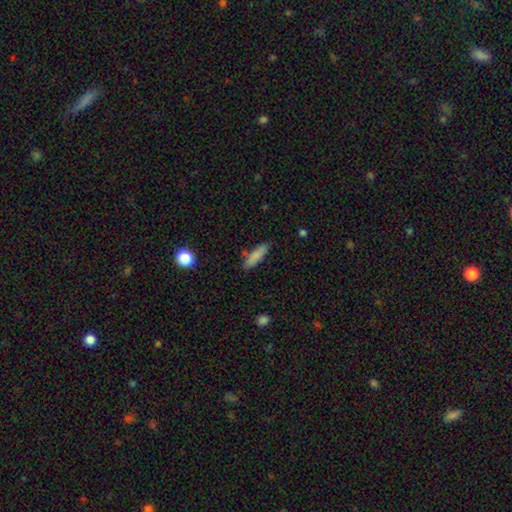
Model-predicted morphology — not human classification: This is clearly a smooth galaxy (83%). How rounded: likely cigar-shaped (70%). Merging: clearly none (80%).